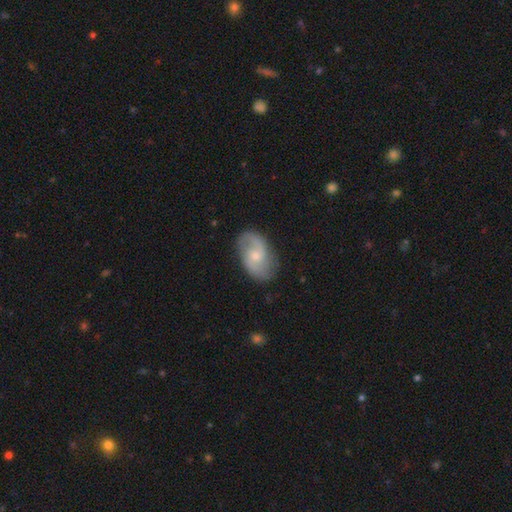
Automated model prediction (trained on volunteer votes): Q: Smooth or featured?
A: featured or disk (74%); runner-up: smooth (20%)
Q: Edge-on disk?
A: no (97%); runner-up: yes (3%)
Q: Bar?
A: no (57%); runner-up: weak (38%)
Q: Spiral arms?
A: yes (93%); runner-up: no (7%)
Q: Spiral winding?
A: medium (49%); runner-up: loose (31%)
Q: Spiral arm count?
A: 2 (87%); runner-up: can't tell (7%)
Q: Bulge size?
A: small (60%); runner-up: moderate (35%)
Q: Merging?
A: none (80%); runner-up: minor disturbance (14%)